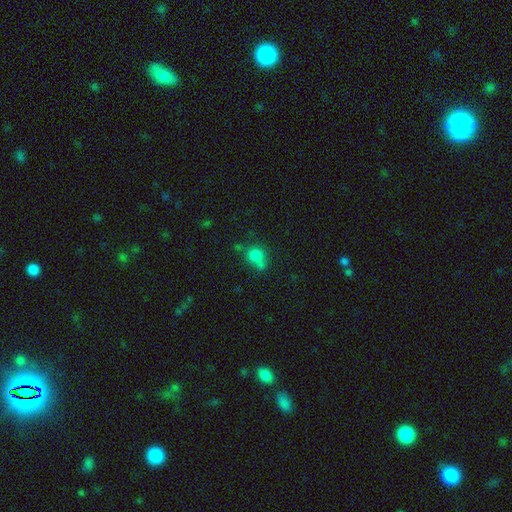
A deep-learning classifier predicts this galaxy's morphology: type=smooth (77%); roundness=round (75%); merging=none (43%).